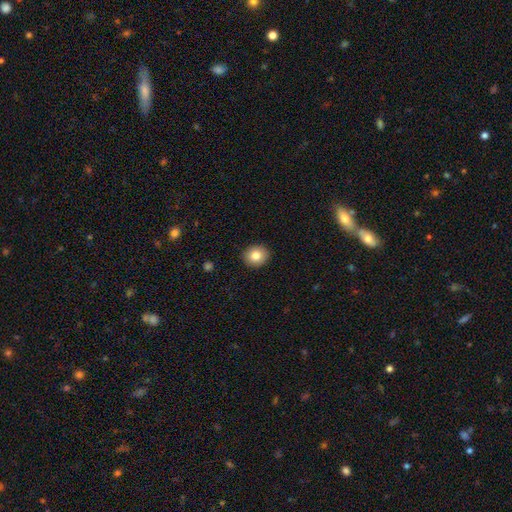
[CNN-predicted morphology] This is clearly a smooth galaxy (81%). How rounded: likely round (77%). Merging: clearly none (91%).